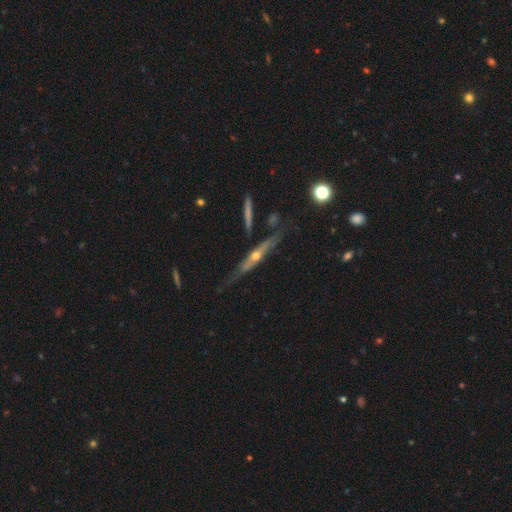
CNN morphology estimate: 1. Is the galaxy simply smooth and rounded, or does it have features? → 79% featured or disk, 14% smooth, 7% star or artifact.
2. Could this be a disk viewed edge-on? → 91% yes, 9% no.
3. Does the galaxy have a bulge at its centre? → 85% rounded, 12% none, 4% boxy.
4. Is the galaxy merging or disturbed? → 73% none, 17% minor disturbance, 5% merger, 5% major disturbance.